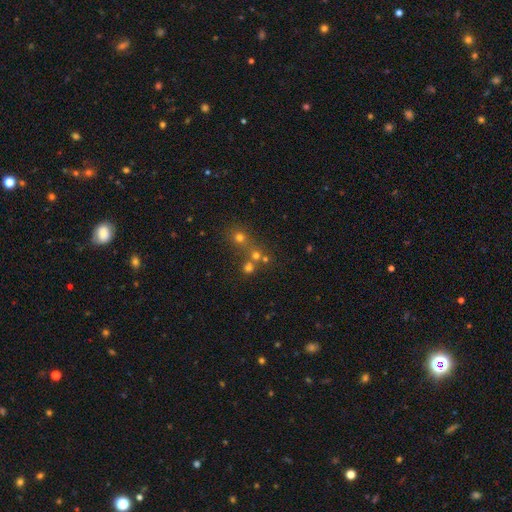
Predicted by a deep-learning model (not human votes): A smooth galaxy with no disk features (51%) that is round (87%).

Vote fractions:
- Smooth or featured? smooth: 51% / star or artifact: 35% / featured or disk: 15%
- How rounded? round: 87% / in between: 12% / cigar-shaped: 1%
- Merging? none: 50% / merger: 39% / minor disturbance: 6% / major disturbance: 4%